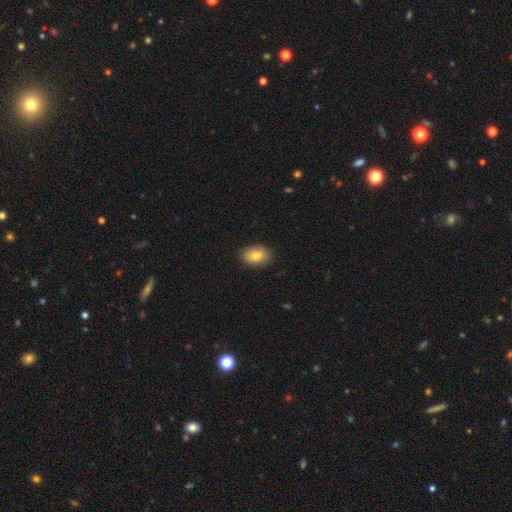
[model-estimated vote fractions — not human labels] Overall: smooth (81%). How rounded: in between (88%). Merging: none (87%).